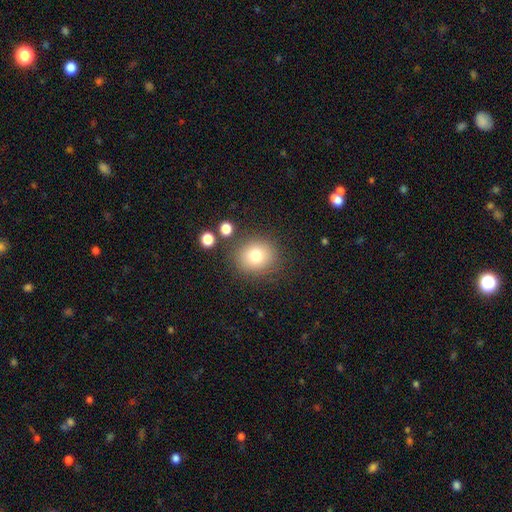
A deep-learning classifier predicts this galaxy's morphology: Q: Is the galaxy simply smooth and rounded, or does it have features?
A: smooth — 78%.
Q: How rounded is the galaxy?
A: round — 80%.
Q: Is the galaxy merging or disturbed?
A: none — 82%.